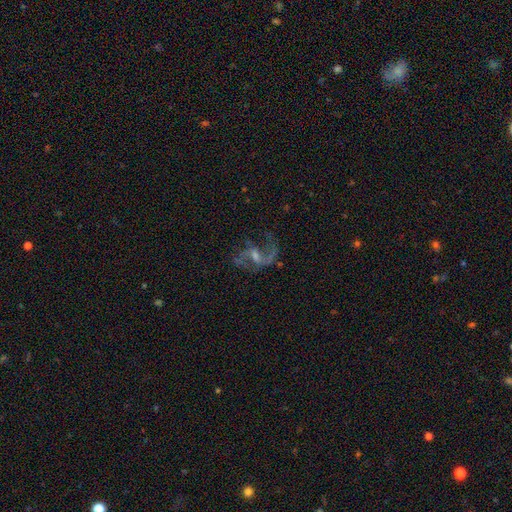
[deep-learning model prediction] A featured or disk galaxy (83%) with a weak bar (52%), 2 (81%) loose (69%) spiral arms (92%) and a small central bulge (47%). Merging: none (59%).